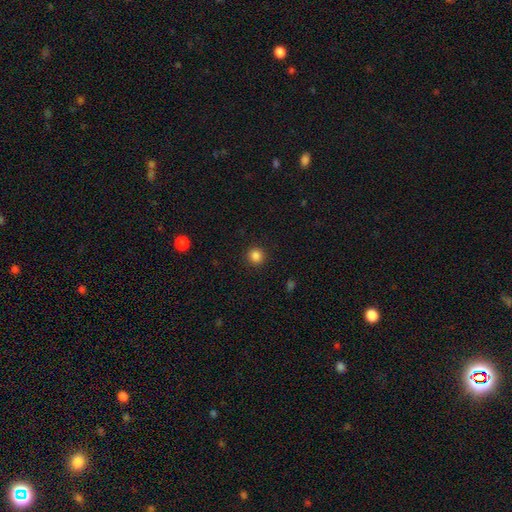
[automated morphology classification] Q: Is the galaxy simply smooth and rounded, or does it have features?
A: smooth — 85%.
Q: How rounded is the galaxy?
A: round — 94%.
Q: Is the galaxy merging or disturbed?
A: none — 92%.